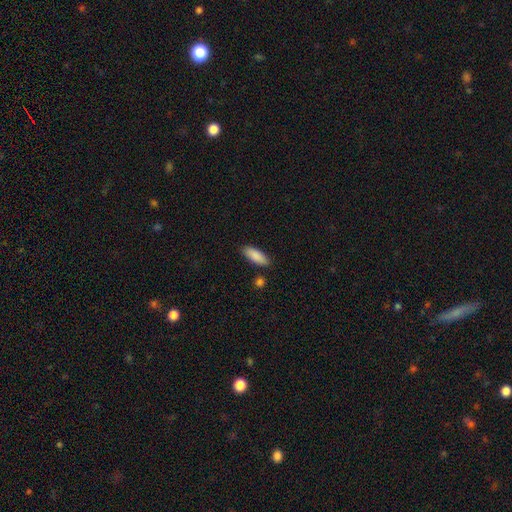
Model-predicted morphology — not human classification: smooth_or_featured: smooth (p=0.88) [alt: featured or disk p=0.06]
how_rounded: in between (p=0.71) [alt: cigar-shaped p=0.27]
merging: none (p=0.84) [alt: minor disturbance p=0.11]